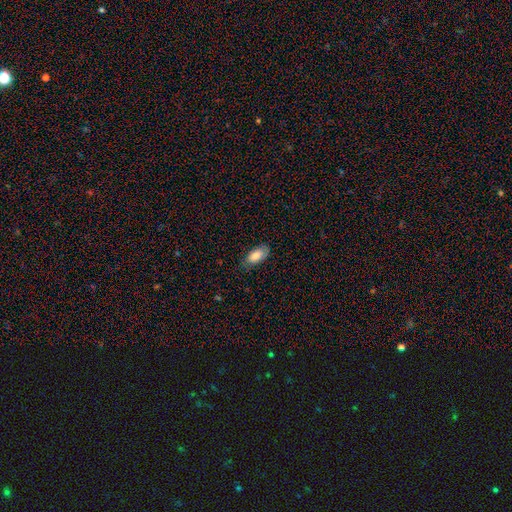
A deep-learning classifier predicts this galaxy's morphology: smooth_or_featured: smooth (p=0.81) [alt: featured or disk p=0.12]
how_rounded: in between (p=0.92) [alt: cigar-shaped p=0.05]
merging: none (p=0.77) [alt: minor disturbance p=0.18]